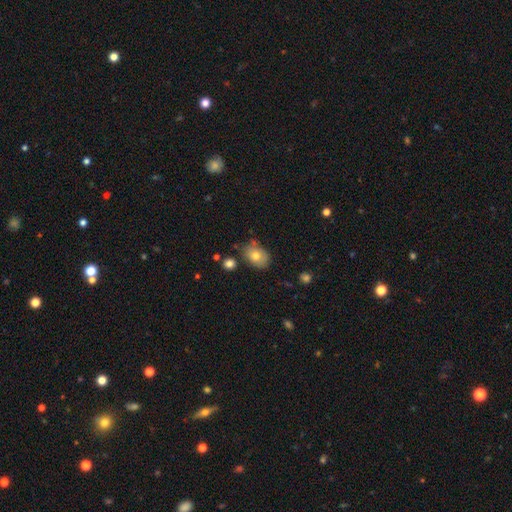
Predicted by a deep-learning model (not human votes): Smooth or featured?
  - smooth: 74% *
  - featured or disk: 17%
  - star or artifact: 9%
How rounded?
  - in between: 73% *
  - round: 26%
  - cigar-shaped: 1%
Merging?
  - none: 69% *
  - minor disturbance: 22%
  - merger: 5%
  - major disturbance: 4%